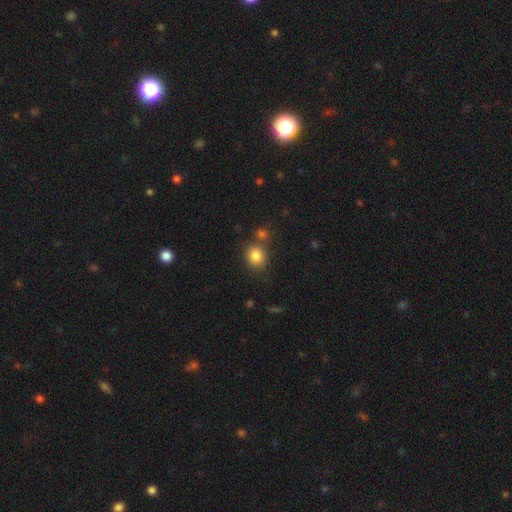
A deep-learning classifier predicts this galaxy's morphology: This is clearly a smooth galaxy (83%). How rounded: likely round (74%). Merging: likely none (68%).